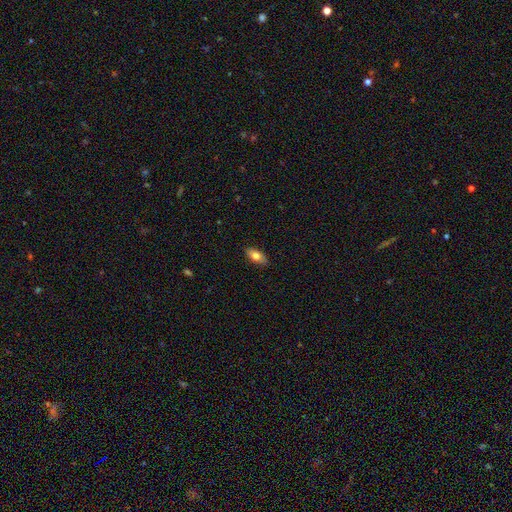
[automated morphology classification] Smooth or featured: smooth — 75% (featured or disk — 18%)
How rounded: in between — 86% (cigar-shaped — 10%)
Merging: none — 87% (minor disturbance — 10%)